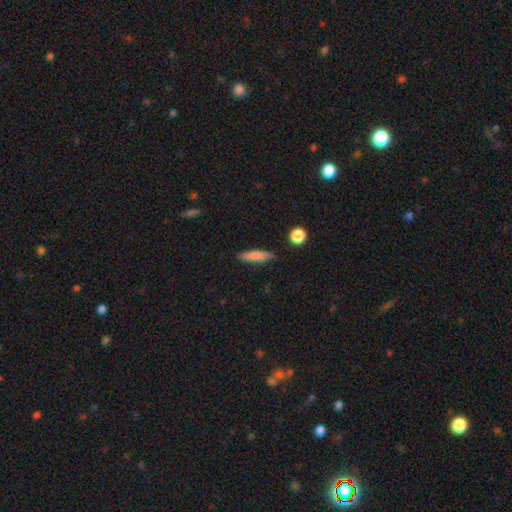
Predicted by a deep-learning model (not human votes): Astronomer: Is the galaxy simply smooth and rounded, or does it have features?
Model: smooth — 78%.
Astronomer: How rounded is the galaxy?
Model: cigar-shaped — 75%.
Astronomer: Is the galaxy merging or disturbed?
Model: none — 76%.